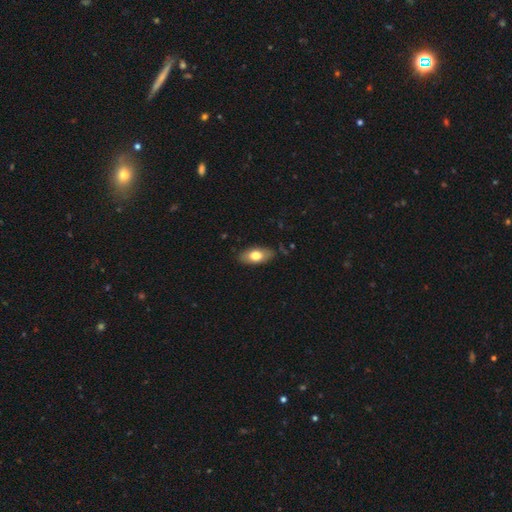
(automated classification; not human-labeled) Q: Smooth or featured?
A: smooth (71%); runner-up: featured or disk (23%)
Q: How rounded?
A: in between (90%); runner-up: cigar-shaped (6%)
Q: Merging?
A: none (81%); runner-up: minor disturbance (15%)